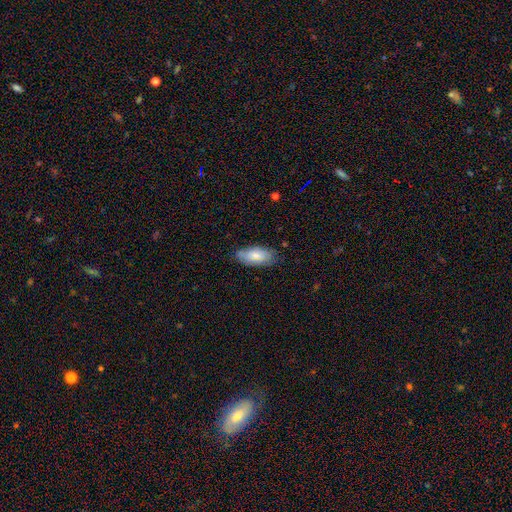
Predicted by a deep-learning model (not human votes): A smooth galaxy with no disk features (72%) that is in between round and cigar-shaped (90%). Merging: none (72%).